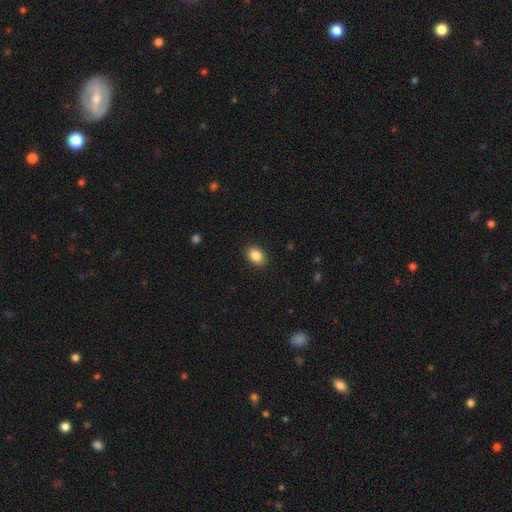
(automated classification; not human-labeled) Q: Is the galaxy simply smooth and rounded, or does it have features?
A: smooth — 87%.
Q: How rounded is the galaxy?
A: in between — 79%.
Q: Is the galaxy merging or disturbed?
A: none — 89%.